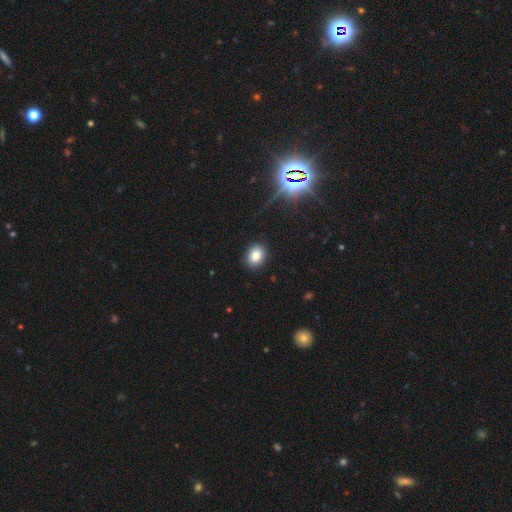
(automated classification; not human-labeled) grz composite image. It shows a smooth galaxy with no disk features (81%) that is round (52%). Merging: none (90%).